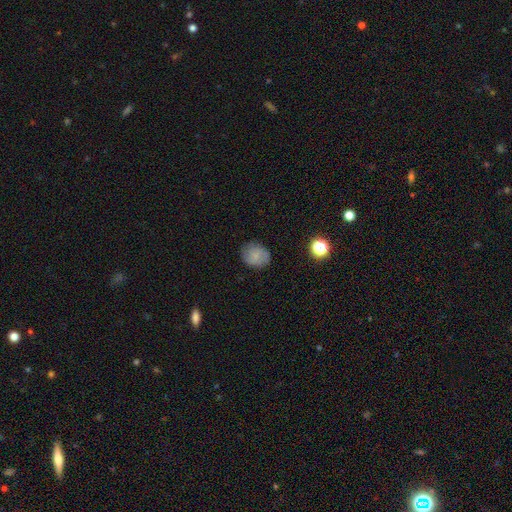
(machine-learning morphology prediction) Smooth or featured: smooth — 74% (featured or disk — 16%)
How rounded: round — 63% (in between — 36%)
Merging: none — 79% (minor disturbance — 16%)